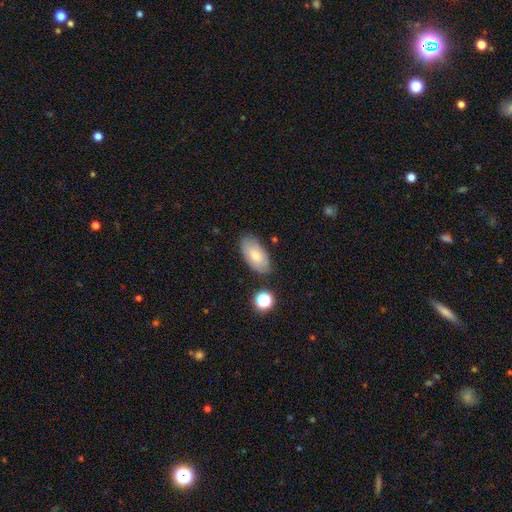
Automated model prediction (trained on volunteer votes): Smooth or featured? Predicted: smooth (p=0.73). How rounded? Predicted: in between (p=0.93). Merging? Predicted: none (p=0.79).